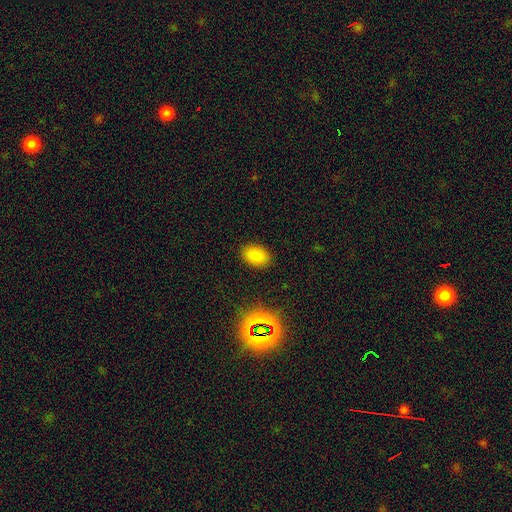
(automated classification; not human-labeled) Smooth or featured: smooth — 83% (star or artifact — 12%)
How rounded: in between — 86% (round — 13%)
Merging: none — 87% (minor disturbance — 9%)